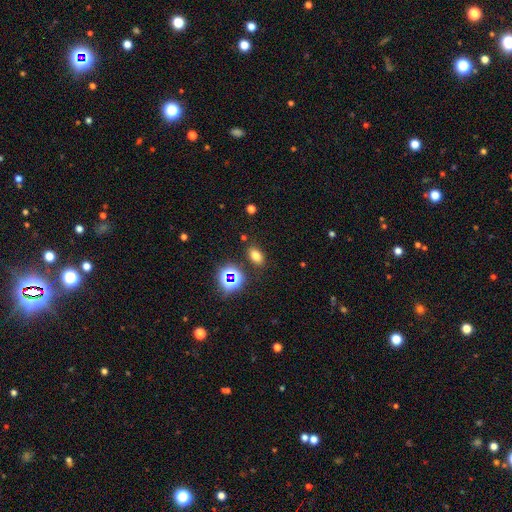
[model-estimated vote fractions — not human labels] A smooth galaxy with no disk features (68%) that is in between round and cigar-shaped (82%).

Vote fractions:
- Smooth or featured? smooth: 68% / star or artifact: 22% / featured or disk: 9%
- How rounded? in between: 82% / round: 15% / cigar-shaped: 3%
- Merging? none: 84% / minor disturbance: 10% / merger: 3% / major disturbance: 3%